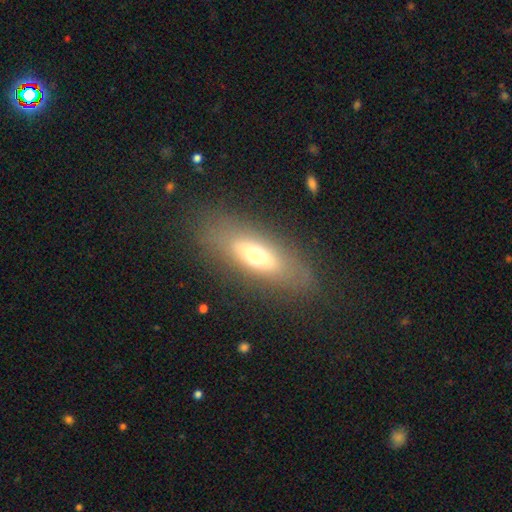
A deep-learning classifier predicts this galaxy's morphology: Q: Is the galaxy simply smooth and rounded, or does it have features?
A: smooth — 56%.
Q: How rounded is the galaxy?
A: in between — 68%.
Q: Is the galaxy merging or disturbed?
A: none — 82%.